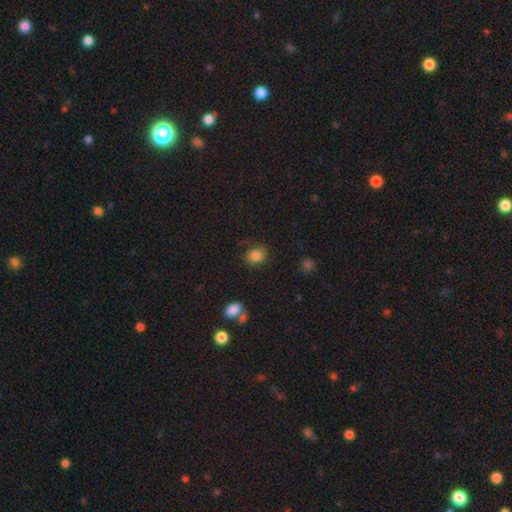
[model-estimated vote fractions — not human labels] Smooth or featured?
  - smooth: 74% *
  - featured or disk: 16%
  - star or artifact: 10%
How rounded?
  - round: 58% *
  - in between: 41%
  - cigar-shaped: 1%
Merging?
  - none: 65% *
  - minor disturbance: 22%
  - major disturbance: 11%
  - merger: 2%